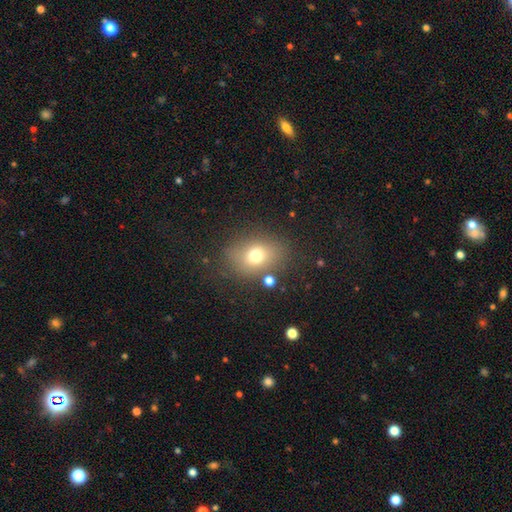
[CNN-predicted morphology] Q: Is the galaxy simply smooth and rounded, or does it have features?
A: smooth — 71%.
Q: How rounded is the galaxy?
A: in between — 57%.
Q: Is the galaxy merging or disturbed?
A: none — 76%.